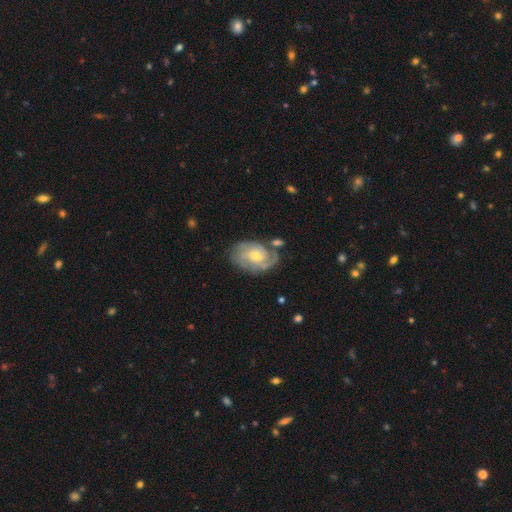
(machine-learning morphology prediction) Smooth or featured?
  - featured or disk: 79% *
  - smooth: 16%
  - star or artifact: 5%
Edge-on disk?
  - no: 97% *
  - yes: 3%
Bar?
  - no: 55% *
  - weak: 40%
  - strong: 6%
Spiral arms?
  - yes: 93% *
  - no: 7%
Spiral winding?
  - tight: 57% *
  - medium: 34%
  - loose: 10%
Spiral arm count?
  - 2: 38% *
  - can't tell: 28%
  - 3: 20%
  - 1: 6%
  - 4: 5%
  - more than 4: 3%
Bulge size?
  - small: 48% *
  - moderate: 47%
  - large: 2%
  - none: 2%
  - dominant: 1%
Merging?
  - none: 61% *
  - minor disturbance: 21%
  - major disturbance: 9%
  - merger: 9%